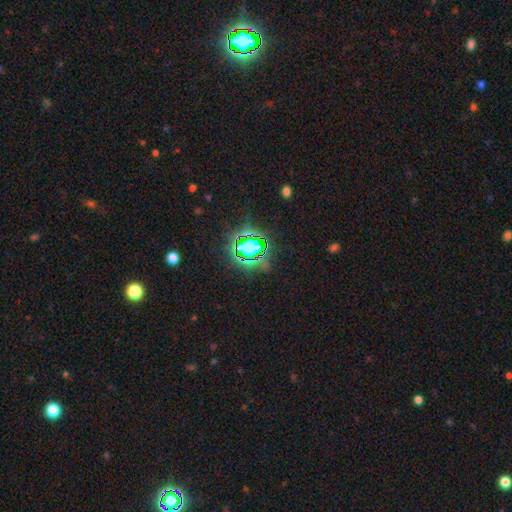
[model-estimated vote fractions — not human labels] Smooth or featured? Predicted: star or artifact (p=0.82).